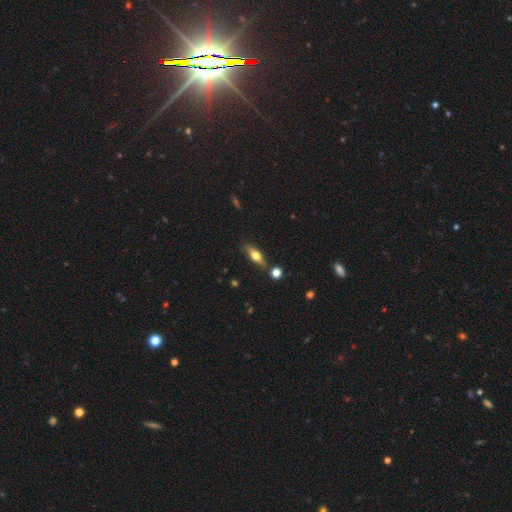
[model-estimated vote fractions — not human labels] A smooth galaxy with no disk features (52%) that is in between round and cigar-shaped (52%). Merging: none (79%).